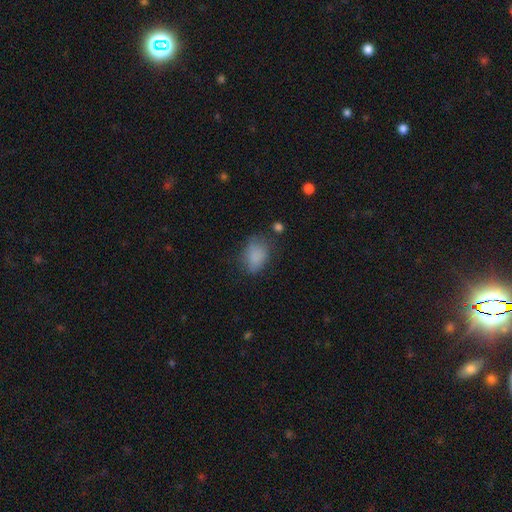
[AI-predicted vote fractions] smooth_or_featured: smooth (p=0.83) [alt: star or artifact p=0.10]
how_rounded: in between (p=0.79) [alt: round p=0.19]
merging: none (p=0.61) [alt: minor disturbance p=0.26]